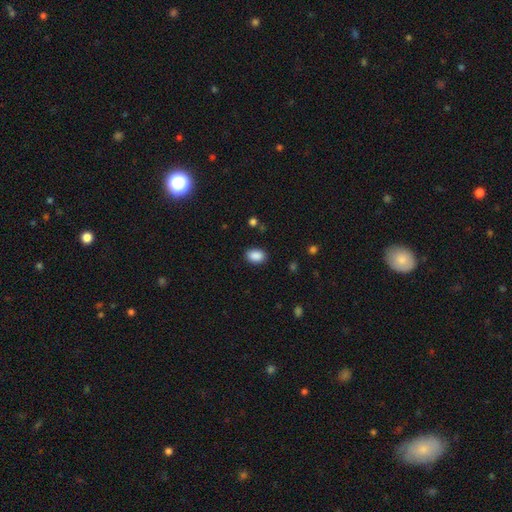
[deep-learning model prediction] smooth_or_featured: smooth (p=0.89) [alt: star or artifact p=0.08]
how_rounded: in between (p=0.82) [alt: round p=0.17]
merging: none (p=0.87) [alt: minor disturbance p=0.09]